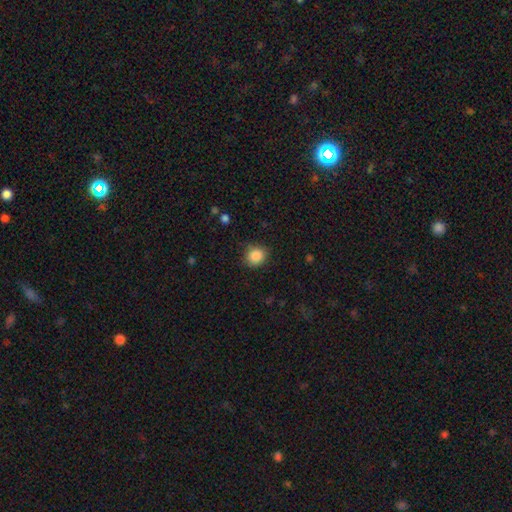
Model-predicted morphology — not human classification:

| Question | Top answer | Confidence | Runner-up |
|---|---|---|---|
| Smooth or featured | smooth | 87% | star or artifact (9%) |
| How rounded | round | 78% | in between (22%) |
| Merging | none | 84% | minor disturbance (12%) |